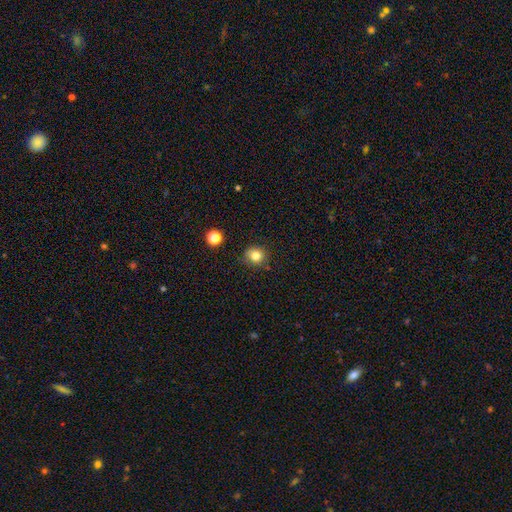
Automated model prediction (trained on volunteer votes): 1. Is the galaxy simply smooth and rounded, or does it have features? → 81% smooth, 12% star or artifact, 7% featured or disk.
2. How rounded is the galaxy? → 87% round, 12% in between, 1% cigar-shaped.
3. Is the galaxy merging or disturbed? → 84% none, 11% minor disturbance, 3% merger, 2% major disturbance.